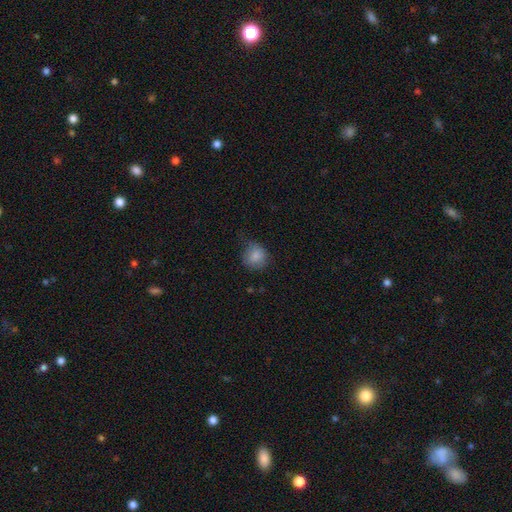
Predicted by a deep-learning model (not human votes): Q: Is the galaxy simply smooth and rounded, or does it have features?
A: smooth — 85%.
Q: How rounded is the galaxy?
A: round — 84%.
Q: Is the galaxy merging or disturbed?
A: none — 64%.